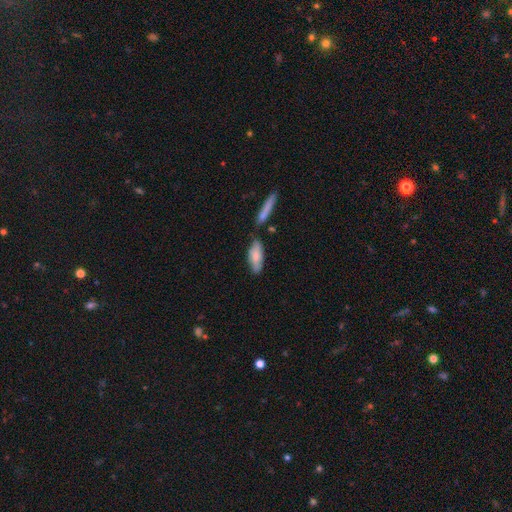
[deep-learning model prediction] smooth 74%, featured or disk 20%, star or artifact 6%. Down the decision tree: how rounded — in between (69%); merging — none (64%).